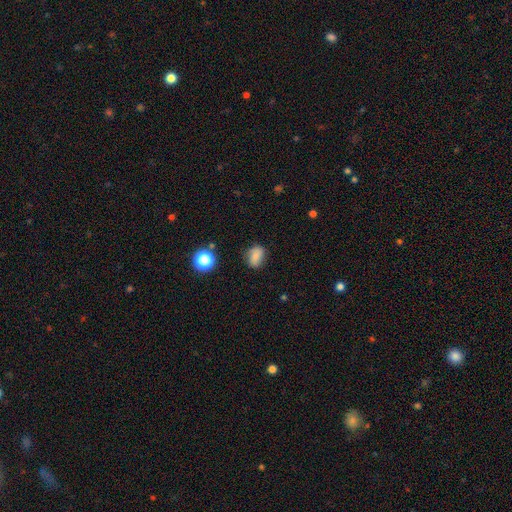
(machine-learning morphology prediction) A smooth galaxy with no disk features (79%) that is in between round and cigar-shaped (70%).

Vote fractions:
- Smooth or featured? smooth: 79% / star or artifact: 12% / featured or disk: 9%
- How rounded? in between: 70% / round: 28% / cigar-shaped: 2%
- Merging? none: 75% / minor disturbance: 18% / major disturbance: 4% / merger: 2%